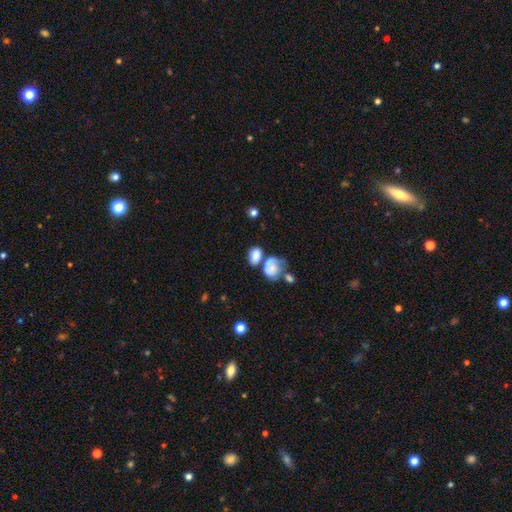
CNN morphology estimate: Smooth or featured: smooth — 77% (featured or disk — 14%)
How rounded: in between — 73% (round — 25%)
Merging: merger — 39% (none — 36%)